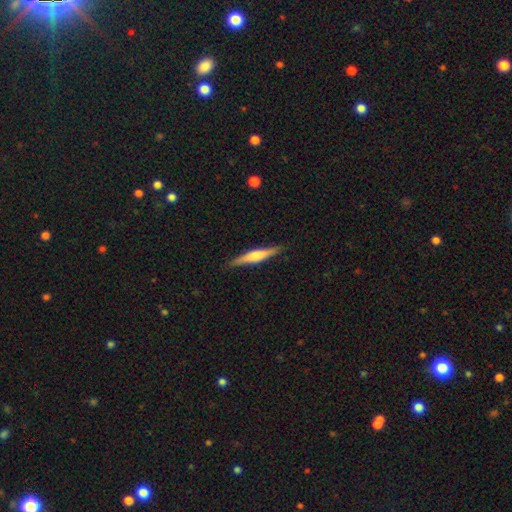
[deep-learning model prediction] Smooth or featured?
  - featured or disk: 53% *
  - smooth: 41%
  - star or artifact: 6%
Edge-on disk?
  - yes: 96% *
  - no: 4%
Edge-on bulge?
  - rounded: 69% *
  - boxy: 19%
  - none: 12%
Merging?
  - none: 87% *
  - minor disturbance: 9%
  - major disturbance: 2%
  - merger: 1%